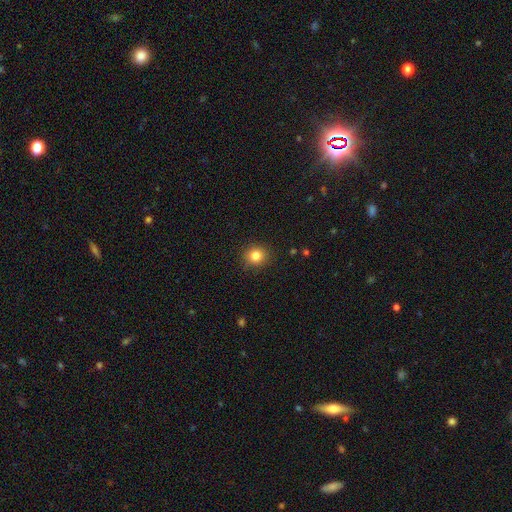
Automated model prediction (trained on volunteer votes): A smooth galaxy with no disk features (83%) that is round (86%). Merging: none (90%).